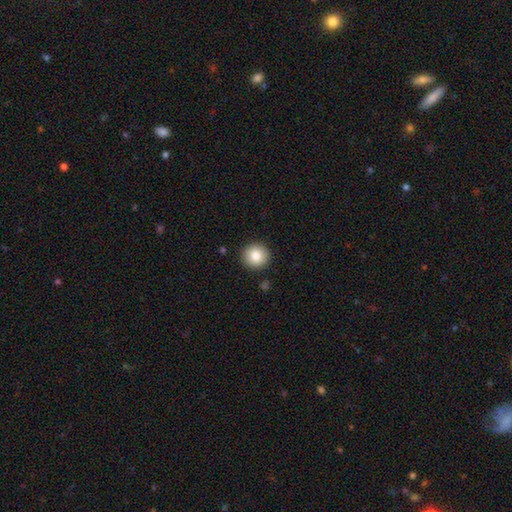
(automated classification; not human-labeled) Smooth or featured?
  - smooth: 85% *
  - star or artifact: 9%
  - featured or disk: 6%
How rounded?
  - round: 93% *
  - in between: 6%
  - cigar-shaped: 1%
Merging?
  - none: 91% *
  - minor disturbance: 6%
  - major disturbance: 2%
  - merger: 1%